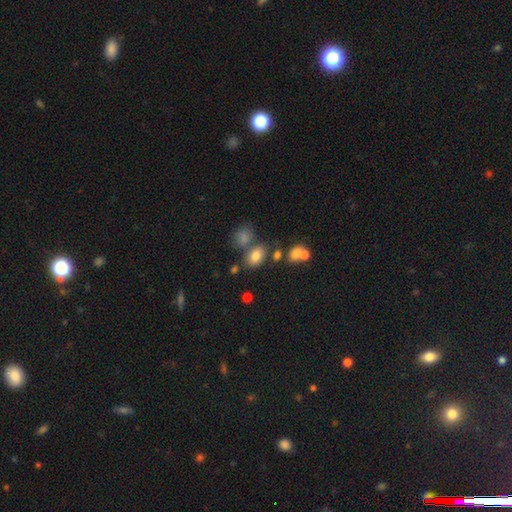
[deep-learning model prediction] A smooth galaxy with no disk features (77%) that is in between round and cigar-shaped (81%). Merging: none (63%).